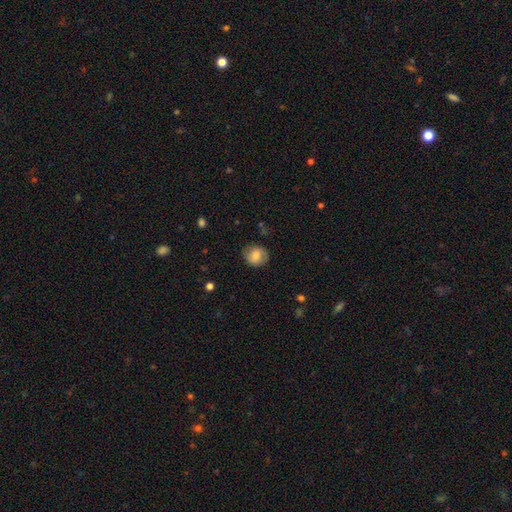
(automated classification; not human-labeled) A smooth galaxy with no disk features (68%) that is round (71%). Merging: none (77%).